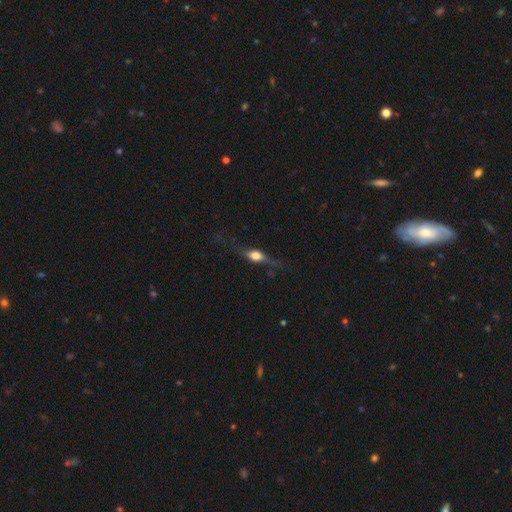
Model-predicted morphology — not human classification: A featured or disk galaxy (54%) viewed edge-on (88%).

Vote fractions:
- Smooth or featured? featured or disk: 54% / smooth: 37% / star or artifact: 9%
- Edge-on disk? yes: 88% / no: 12%
- Merging? none: 64% / minor disturbance: 22% / major disturbance: 13% / merger: 2%